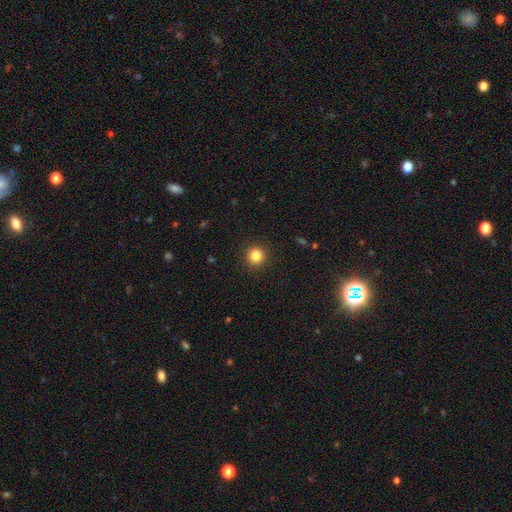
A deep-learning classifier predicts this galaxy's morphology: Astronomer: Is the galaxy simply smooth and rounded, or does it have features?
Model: smooth — 84%.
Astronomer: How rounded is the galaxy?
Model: round — 94%.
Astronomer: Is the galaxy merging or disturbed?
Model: none — 92%.